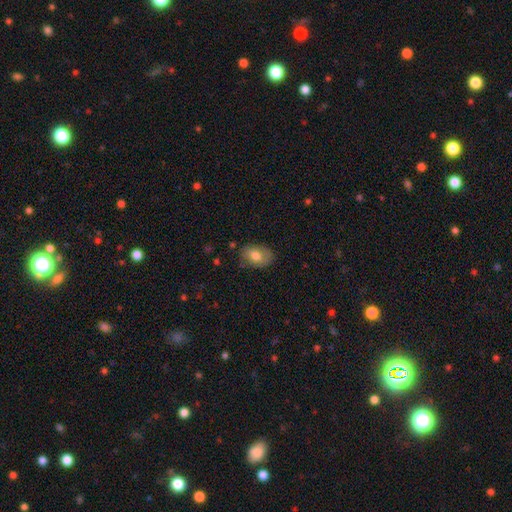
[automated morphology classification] Smooth or featured?
  - smooth: 74% *
  - featured or disk: 19%
  - star or artifact: 7%
How rounded?
  - in between: 83% *
  - round: 16%
  - cigar-shaped: 1%
Merging?
  - none: 77% *
  - minor disturbance: 18%
  - major disturbance: 4%
  - merger: 1%